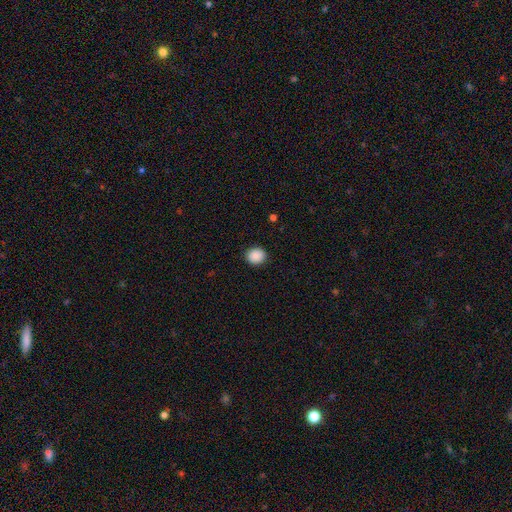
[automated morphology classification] smooth-or-featured: smooth: 89% | star or artifact: 8% | featured or disk: 3%
  how-rounded: round: 82% | in between: 18% | cigar-shaped: 1%
  merging: none: 90% | minor disturbance: 7% | major disturbance: 2% | merger: 1%